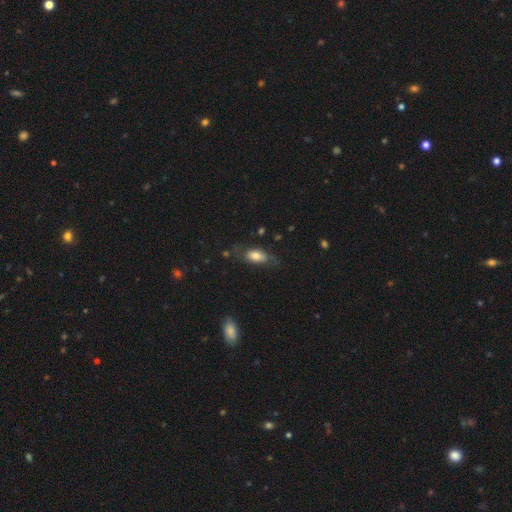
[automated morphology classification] The model was most divided on "merging": none: 58%, minor disturbance: 27%, major disturbance: 13%, merger: 2%. More confident: how rounded — in between (83%); smooth or featured — smooth (72%).